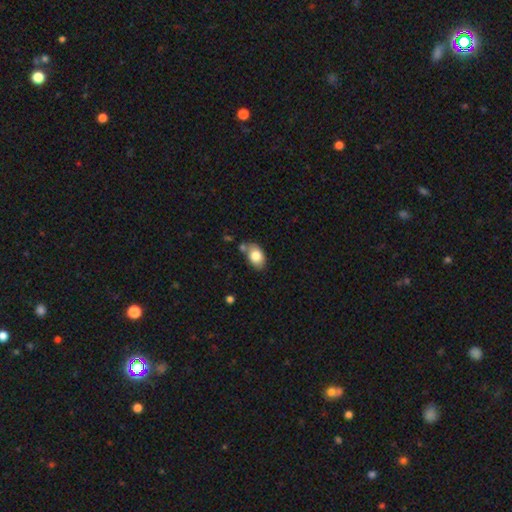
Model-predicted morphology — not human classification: Smooth or featured? Predicted: smooth (p=0.80). How rounded? Predicted: in between (p=0.86). Merging? Predicted: none (p=0.63).